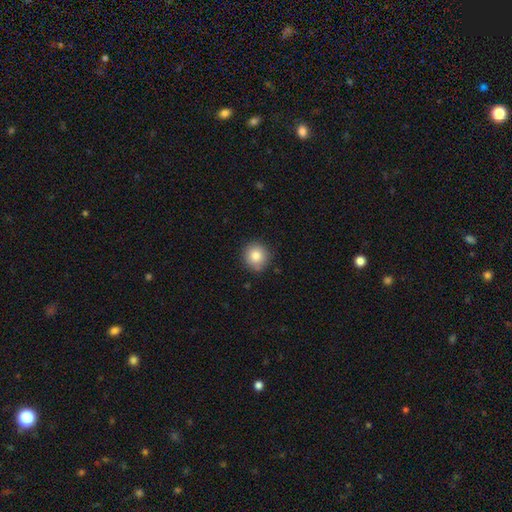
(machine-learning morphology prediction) Smooth or featured: smooth — 83% (star or artifact — 9%)
How rounded: round — 92% (in between — 7%)
Merging: none — 85% (minor disturbance — 11%)